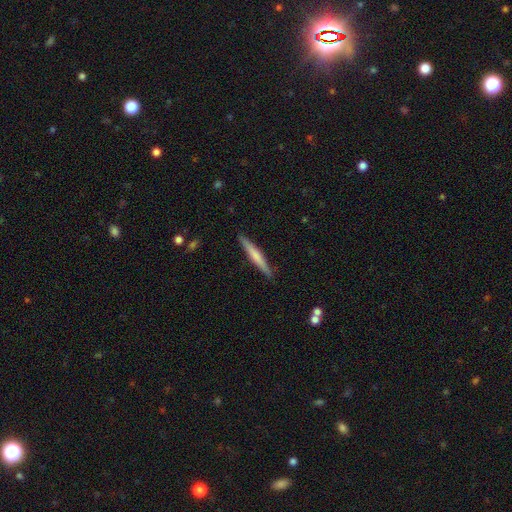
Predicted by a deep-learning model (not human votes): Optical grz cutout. It shows a smooth galaxy with no disk features (56%) that is cigar-shaped (95%). Merging: none (90%).